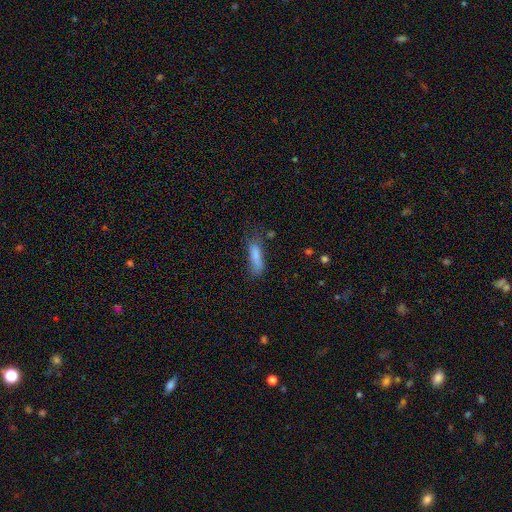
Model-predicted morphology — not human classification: smooth_or_featured: smooth (p=0.78) [alt: featured or disk p=0.13]
how_rounded: cigar-shaped (p=0.57) [alt: in between p=0.41]
merging: none (p=0.47) [alt: minor disturbance p=0.30]